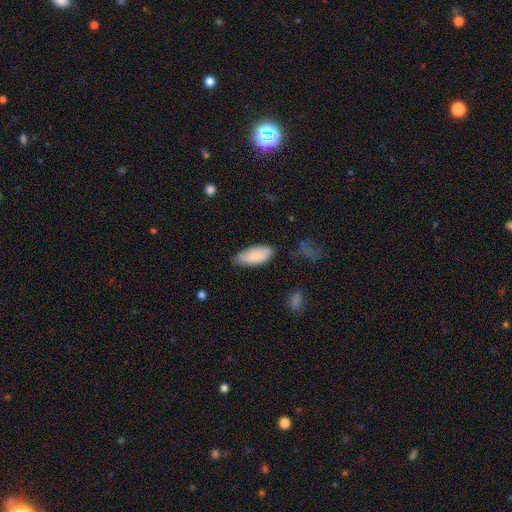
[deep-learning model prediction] Smooth or featured? smooth (80%)
How rounded? in between (89%)
Merging? none (71%)